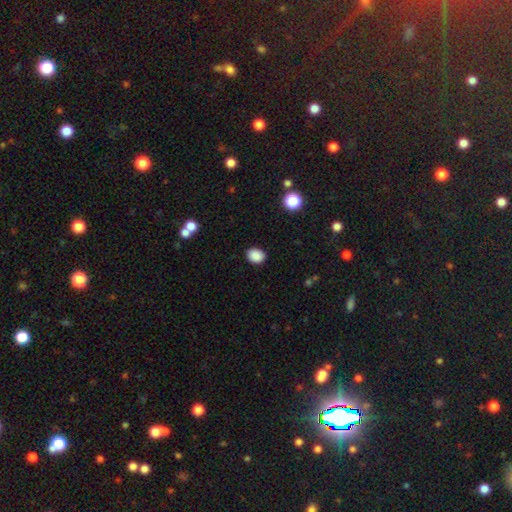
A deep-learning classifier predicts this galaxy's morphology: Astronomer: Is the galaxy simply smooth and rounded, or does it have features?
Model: smooth — 88%.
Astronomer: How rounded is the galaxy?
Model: in between — 55% (runner-up: round, 44%).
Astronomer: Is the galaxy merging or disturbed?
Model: none — 88%.